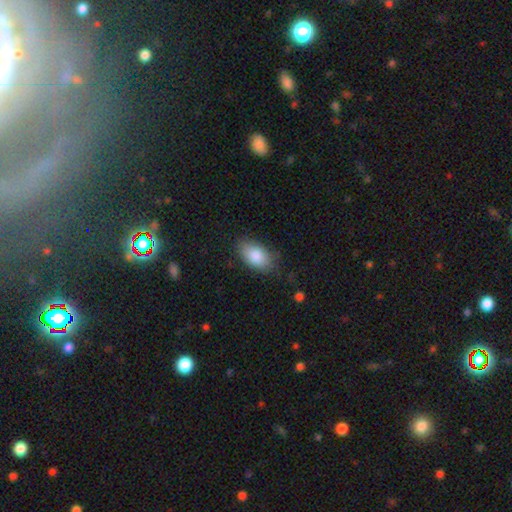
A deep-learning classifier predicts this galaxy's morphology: Overall: smooth (87%). How rounded: in between (93%). Merging: none (78%).